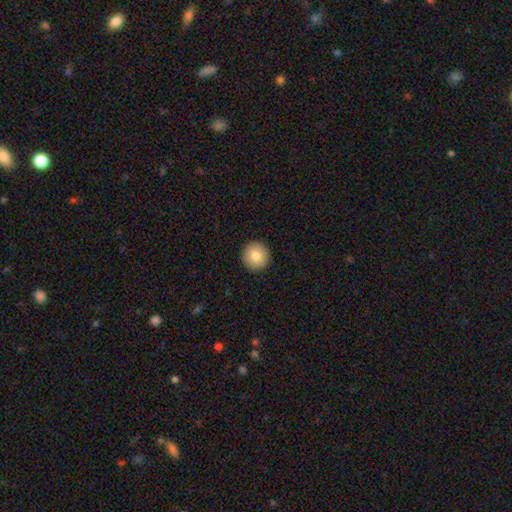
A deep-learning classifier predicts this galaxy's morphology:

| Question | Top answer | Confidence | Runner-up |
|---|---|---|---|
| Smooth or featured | smooth | 81% | featured or disk (11%) |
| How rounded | round | 96% | in between (3%) |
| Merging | none | 93% | minor disturbance (4%) |